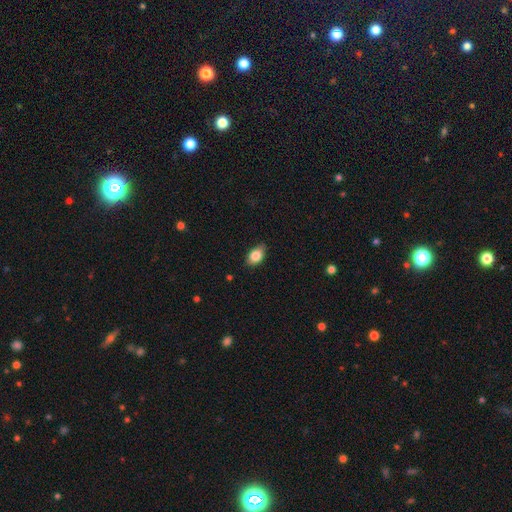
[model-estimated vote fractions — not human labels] Smooth or featured? smooth (84%)
How rounded? in between (86%)
Merging? none (76%)